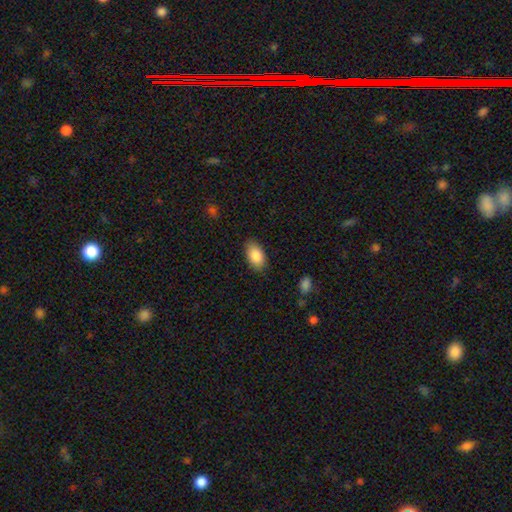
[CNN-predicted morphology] Q: Smooth or featured?
A: smooth (87%); runner-up: star or artifact (7%)
Q: How rounded?
A: in between (93%); runner-up: round (5%)
Q: Merging?
A: none (85%); runner-up: minor disturbance (12%)